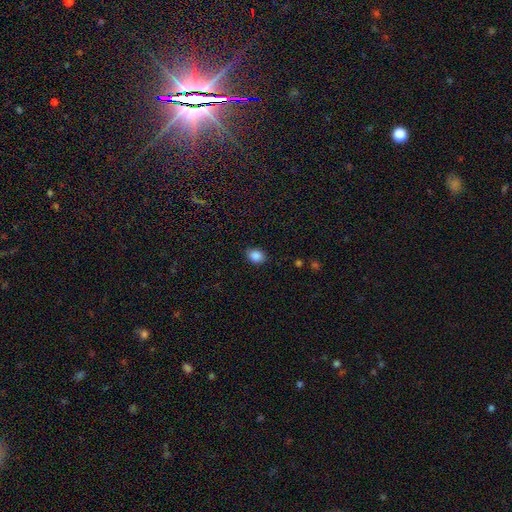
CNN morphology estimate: Smooth or featured?
  - smooth: 87% *
  - star or artifact: 9%
  - featured or disk: 4%
How rounded?
  - in between: 59% *
  - round: 40%
  - cigar-shaped: 1%
Merging?
  - none: 85% *
  - minor disturbance: 12%
  - major disturbance: 3%
  - merger: 1%